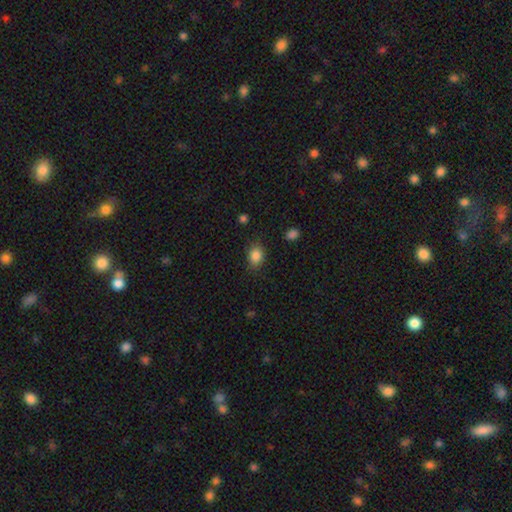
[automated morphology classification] smooth 86%, star or artifact 9%, featured or disk 5%. Down the decision tree: how rounded — in between (63%); merging — none (82%).